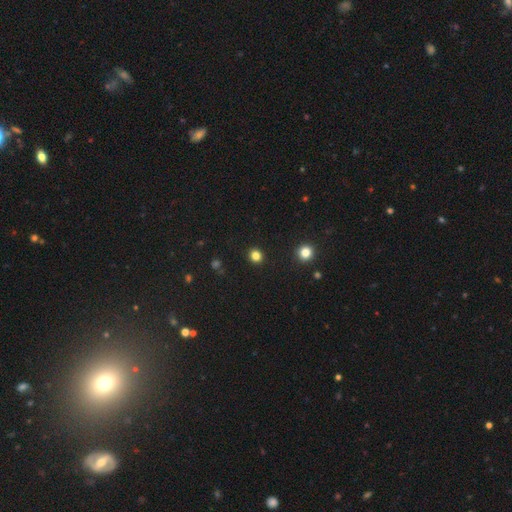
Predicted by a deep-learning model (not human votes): A smooth galaxy with no disk features (82%) that is round (82%).

Vote fractions:
- Smooth or featured? smooth: 82% / star or artifact: 14% / featured or disk: 4%
- How rounded? round: 82% / in between: 17% / cigar-shaped: 1%
- Merging? none: 91% / minor disturbance: 5% / major disturbance: 2% / merger: 1%